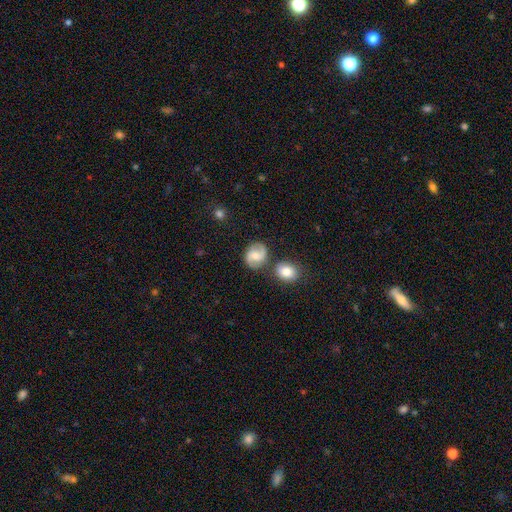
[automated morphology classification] A featured or disk galaxy (65%) with a weak bar (48%), 2 (91%) medium (54%) spiral arms (93%) and a moderate central bulge (54%). Merging: none (74%).